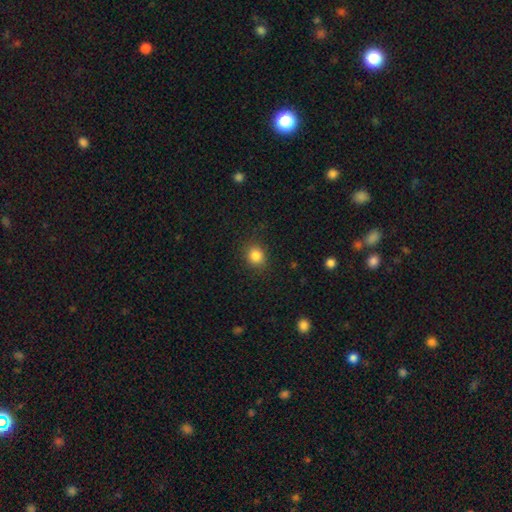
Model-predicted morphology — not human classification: A smooth galaxy with no disk features (85%) that is round (74%). Merging: none (84%).